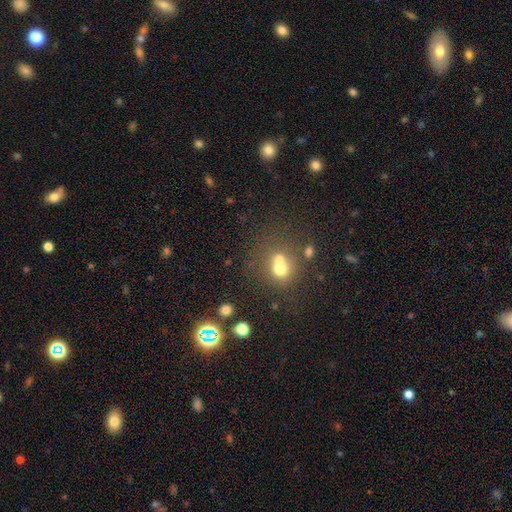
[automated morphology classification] smooth 57%, star or artifact 35%, featured or disk 8%. Down the decision tree: how rounded — round (79%); merging — none (77%).